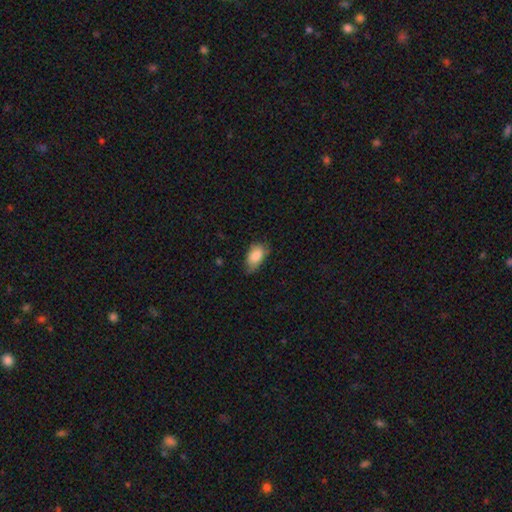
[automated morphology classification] smooth-or-featured: smooth: 85% | featured or disk: 8% | star or artifact: 7%
  how-rounded: in between: 92% | round: 5% | cigar-shaped: 3%
  merging: none: 56% | minor disturbance: 35% | major disturbance: 8% | merger: 2%